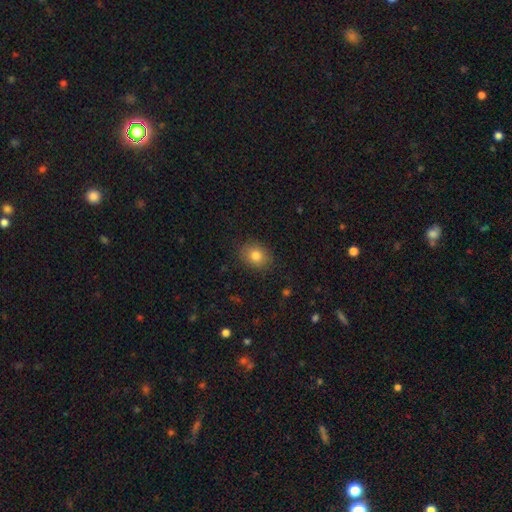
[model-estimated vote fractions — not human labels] A smooth galaxy with no disk features (81%) that is round (53%). Merging: none (86%).